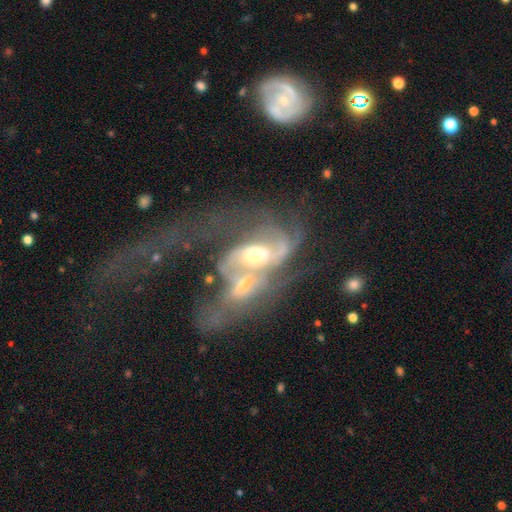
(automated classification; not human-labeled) featured or disk 80%, smooth 12%, star or artifact 8%. Down the decision tree: edge-on disk — no (94%); bar — no (47%); spiral arms — yes (85%); spiral arm count — 2 (48%); spiral winding — loose (41%); bulge size — moderate (63%); merging — merger (66%).